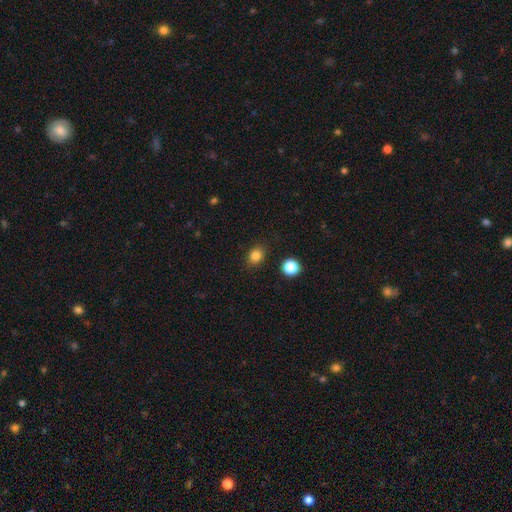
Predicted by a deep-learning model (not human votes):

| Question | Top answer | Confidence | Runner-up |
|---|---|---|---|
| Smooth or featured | smooth | 83% | star or artifact (13%) |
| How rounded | round | 61% | in between (38%) |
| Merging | none | 86% | minor disturbance (9%) |